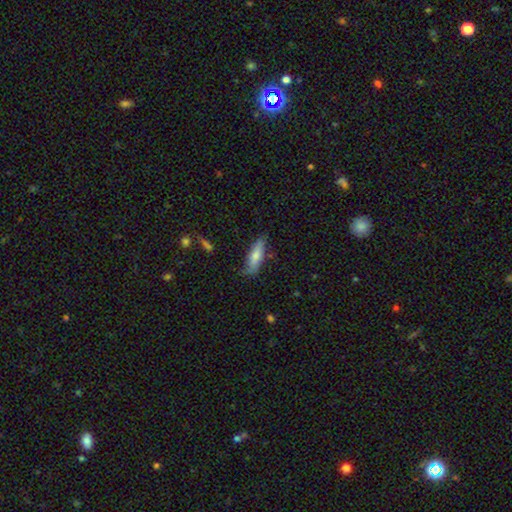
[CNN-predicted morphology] Smooth or featured? smooth (69%)
How rounded? cigar-shaped (51%)
Merging? none (70%)